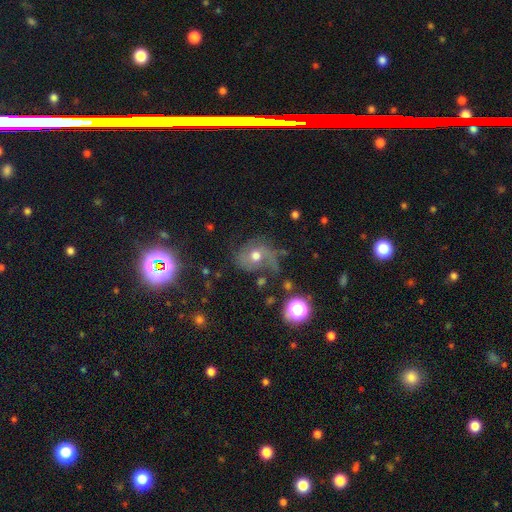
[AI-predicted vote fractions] Q: Smooth or featured?
A: featured or disk (47%); runner-up: smooth (34%)
Q: Merging?
A: none (48%); runner-up: major disturbance (24%)